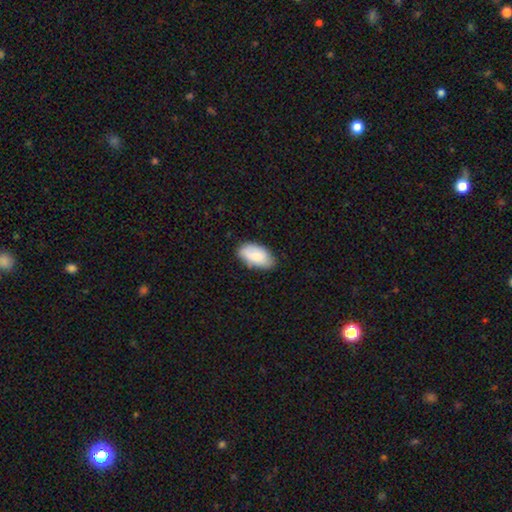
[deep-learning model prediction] Smooth or featured? smooth (78%)
How rounded? in between (95%)
Merging? none (75%)